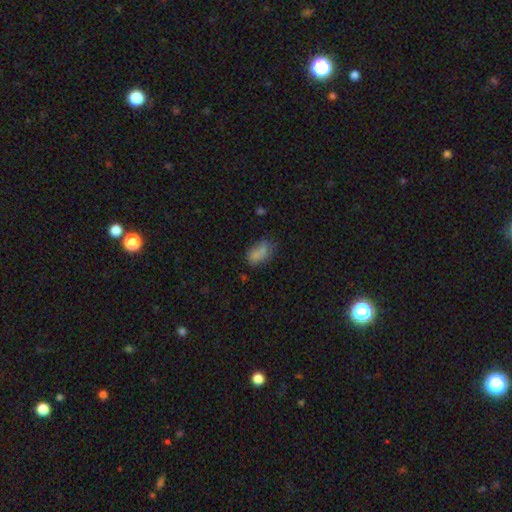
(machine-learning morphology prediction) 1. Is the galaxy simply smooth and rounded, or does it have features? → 75% smooth, 13% featured or disk, 12% star or artifact.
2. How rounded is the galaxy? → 87% in between, 9% round, 5% cigar-shaped.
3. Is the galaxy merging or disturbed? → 52% none, 24% minor disturbance, 15% merger, 10% major disturbance.